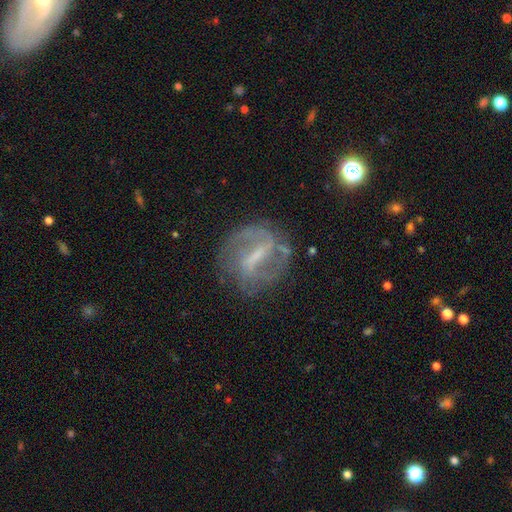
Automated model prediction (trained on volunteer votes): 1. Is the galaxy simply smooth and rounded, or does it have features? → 79% featured or disk, 13% smooth, 8% star or artifact.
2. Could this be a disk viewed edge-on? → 94% no, 6% yes.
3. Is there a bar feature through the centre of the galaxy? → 57% strong, 34% weak, 8% no.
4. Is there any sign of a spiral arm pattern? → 83% yes, 17% no.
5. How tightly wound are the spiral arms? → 44% medium, 33% tight, 23% loose.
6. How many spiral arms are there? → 69% 2, 17% can't tell, 5% 1, 5% 3, 2% 4, 2% more than 4.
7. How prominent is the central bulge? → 41% small, 30% none, 24% moderate, 3% large, 1% dominant.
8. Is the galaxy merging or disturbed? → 72% none, 16% minor disturbance, 10% major disturbance, 2% merger.